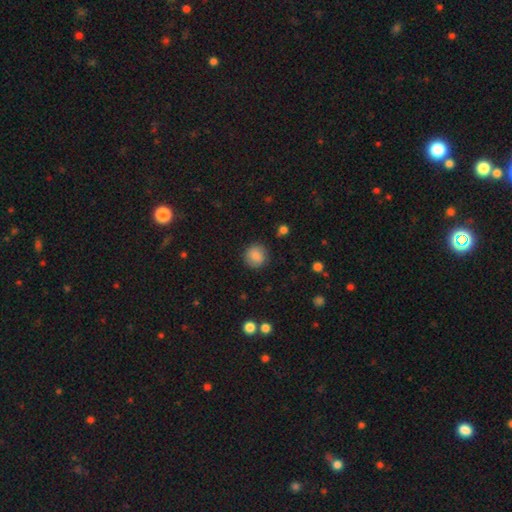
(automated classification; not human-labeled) smooth 87%, star or artifact 8%, featured or disk 5%. Down the decision tree: how rounded — round (90%); merging — none (89%).